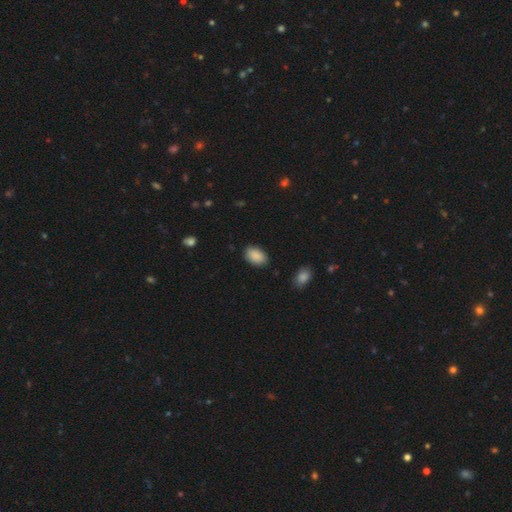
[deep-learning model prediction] smooth 90%, star or artifact 7%, featured or disk 3%. Down the decision tree: how rounded — in between (90%); merging — none (86%).